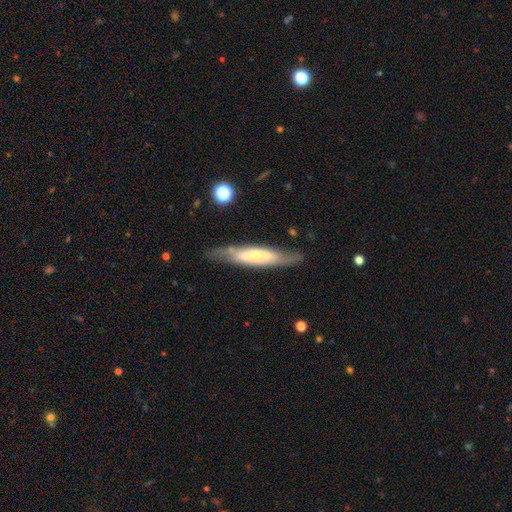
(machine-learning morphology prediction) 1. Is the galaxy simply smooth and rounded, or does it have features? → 55% featured or disk, 39% smooth, 6% star or artifact.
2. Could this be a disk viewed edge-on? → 60% yes, 40% no.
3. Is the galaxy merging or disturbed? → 74% none, 17% minor disturbance, 6% major disturbance, 3% merger.